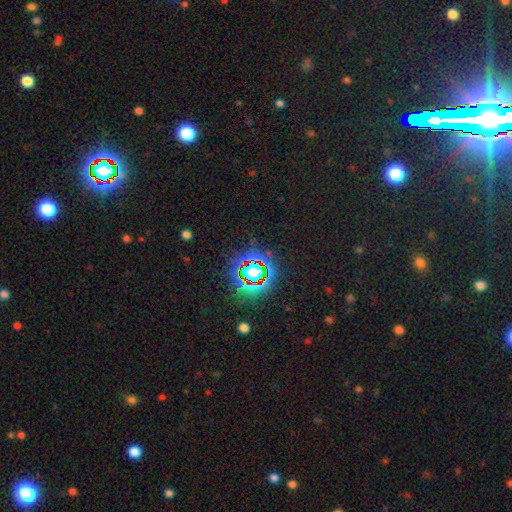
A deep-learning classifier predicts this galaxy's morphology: smooth_or_featured: star or artifact (p=0.78) [alt: smooth p=0.13]